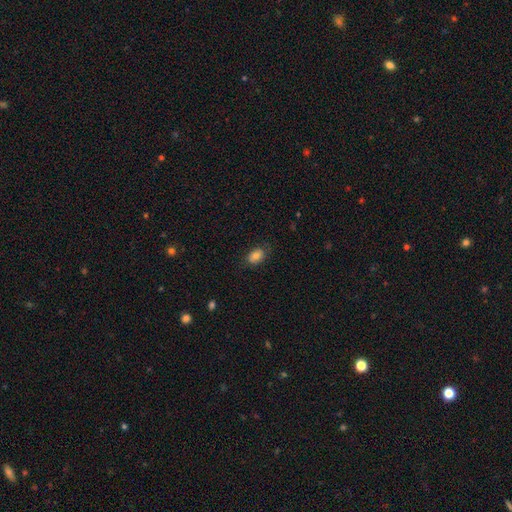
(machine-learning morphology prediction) Smooth or featured? Predicted: smooth (p=0.79). How rounded? Predicted: in between (p=0.83). Merging? Predicted: none (p=0.76).